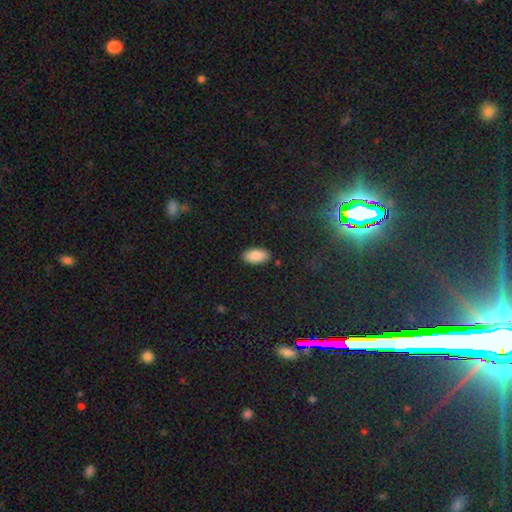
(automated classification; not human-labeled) A smooth galaxy with no disk features (88%) that is in between round and cigar-shaped (94%). Merging: none (88%).